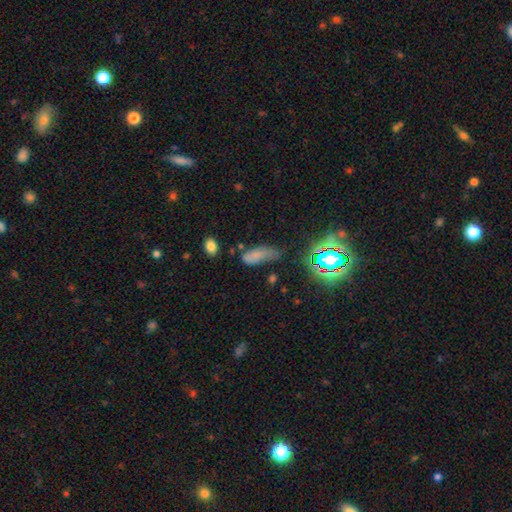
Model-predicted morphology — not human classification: This is likely a smooth galaxy (66%). How rounded: likely in between (72%). Merging: marginally none (38%).